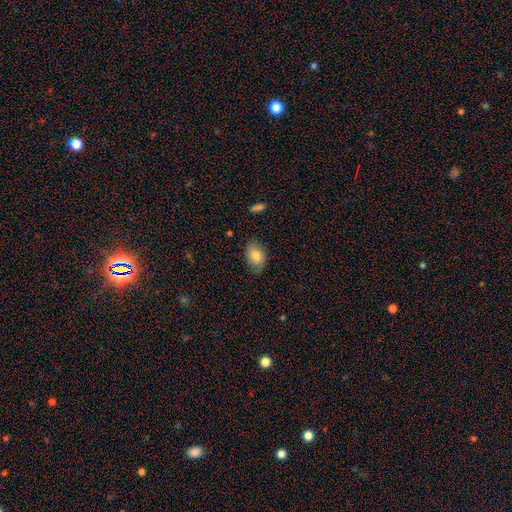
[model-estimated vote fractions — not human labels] This appears to be a smooth galaxy with no disk features (80%) that is in between round and cigar-shaped (83%). Merging: none (75%).